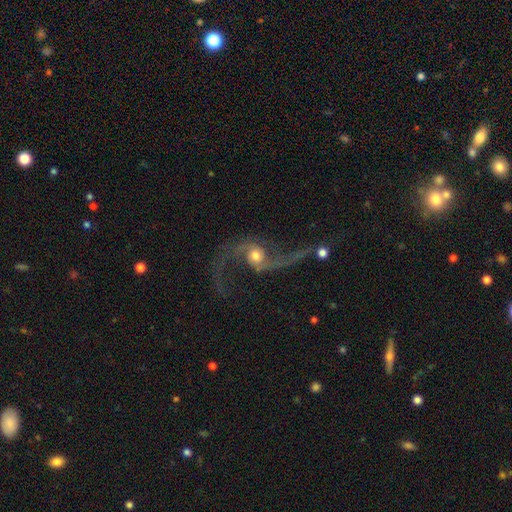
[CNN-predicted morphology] smooth_or_featured: featured or disk (p=0.89) [alt: smooth p=0.06]
disk_edge_on: no (p=0.96) [alt: yes p=0.04]
bar: no (p=0.64) [alt: weak p=0.27]
has_spiral_arms: yes (p=0.96) [alt: no p=0.04]
spiral_winding: loose (p=0.88) [alt: medium p=0.09]
spiral_arm_count: 2 (p=0.94) [alt: 1 p=0.02]
bulge_size: moderate (p=0.62) [alt: large p=0.18]
merging: none (p=0.58) [alt: major disturbance p=0.21]